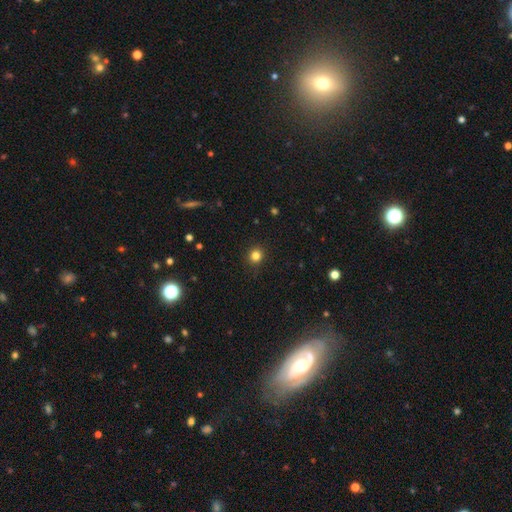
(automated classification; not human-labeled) Q: Smooth or featured?
A: smooth (82%); runner-up: star or artifact (13%)
Q: How rounded?
A: round (92%); runner-up: in between (7%)
Q: Merging?
A: none (91%); runner-up: minor disturbance (6%)